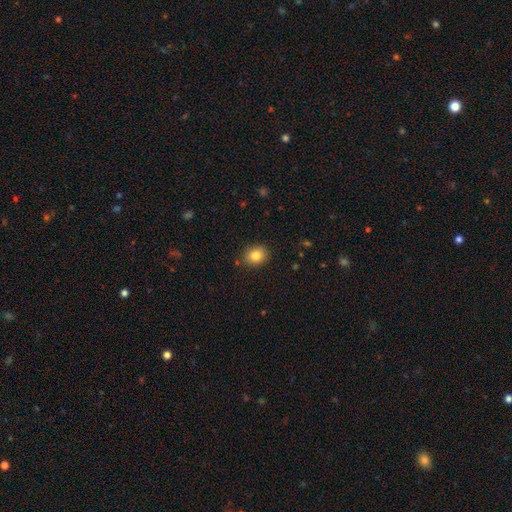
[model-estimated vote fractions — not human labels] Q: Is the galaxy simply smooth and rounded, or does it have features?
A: smooth — 83%.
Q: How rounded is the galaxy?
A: round — 61%.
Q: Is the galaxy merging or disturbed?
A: none — 88%.